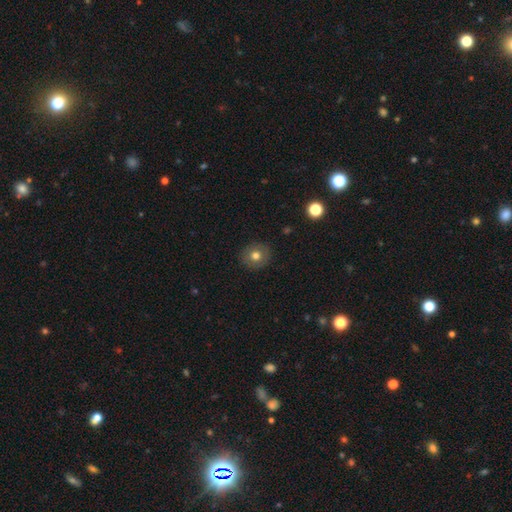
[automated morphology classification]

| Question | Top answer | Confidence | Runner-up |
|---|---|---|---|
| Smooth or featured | smooth | 72% | featured or disk (19%) |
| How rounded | round | 86% | in between (13%) |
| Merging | none | 89% | minor disturbance (8%) |